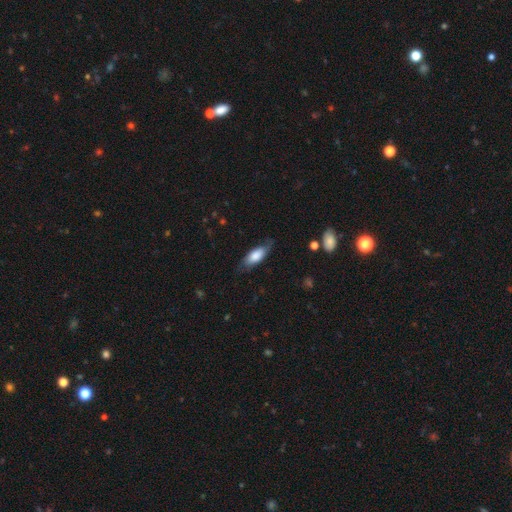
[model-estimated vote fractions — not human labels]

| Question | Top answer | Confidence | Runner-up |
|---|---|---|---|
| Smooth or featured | smooth | 64% | featured or disk (30%) |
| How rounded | in between | 74% | cigar-shaped (23%) |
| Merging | none | 69% | minor disturbance (23%) |